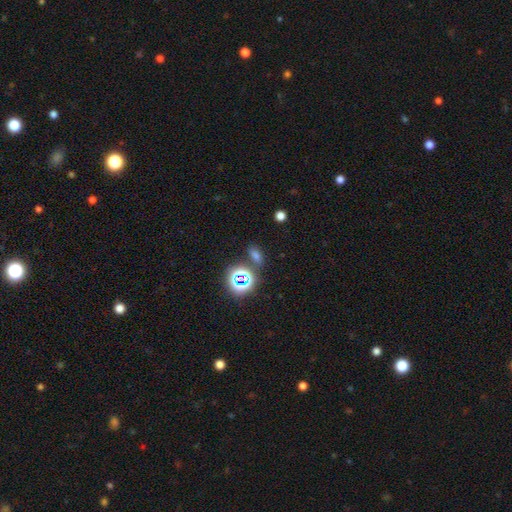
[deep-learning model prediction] smooth_or_featured: smooth (p=0.57) [alt: star or artifact p=0.35]
how_rounded: in between (p=0.73) [alt: round p=0.19]
merging: none (p=0.72) [alt: minor disturbance p=0.12]